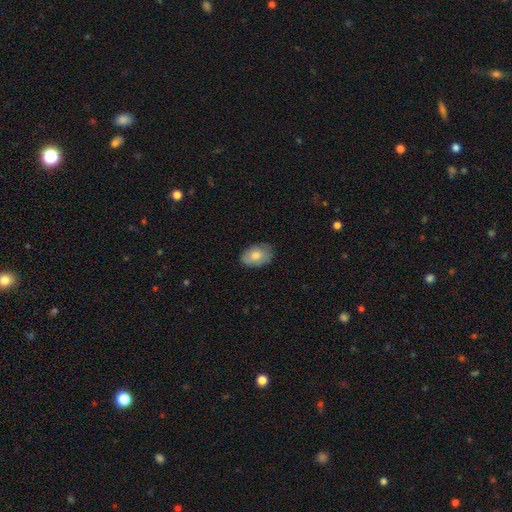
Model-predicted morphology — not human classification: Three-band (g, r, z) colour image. It shows a smooth galaxy with no disk features (76%) that is in between round and cigar-shaped (85%). Merging: none (77%).